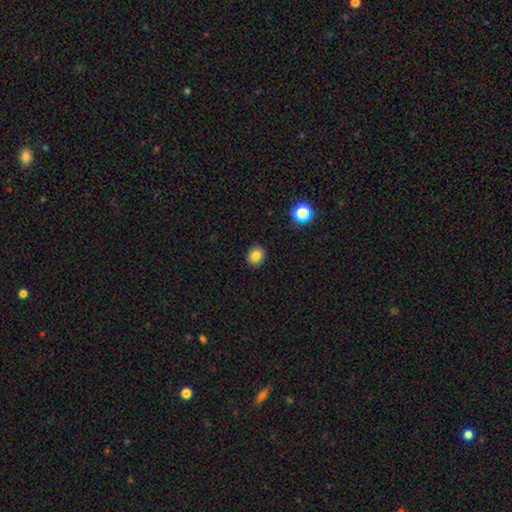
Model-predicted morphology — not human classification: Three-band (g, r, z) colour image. It shows a smooth galaxy with no disk features (83%) that is round (75%). Merging: none (91%).